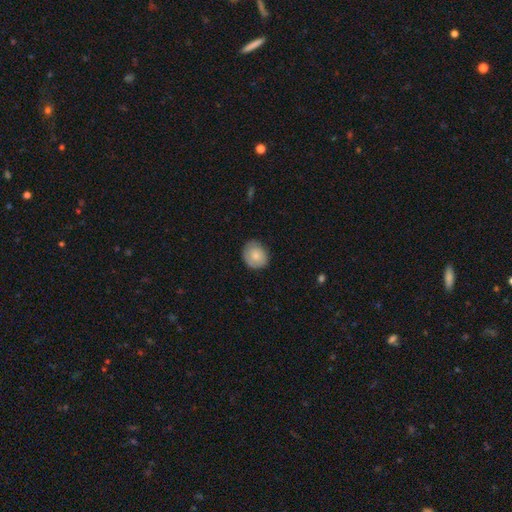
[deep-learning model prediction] A smooth galaxy with no disk features (73%) that is round (70%).

Vote fractions:
- Smooth or featured? smooth: 73% / featured or disk: 21% / star or artifact: 7%
- How rounded? round: 70% / in between: 29% / cigar-shaped: 1%
- Merging? none: 79% / minor disturbance: 17% / major disturbance: 3% / merger: 1%